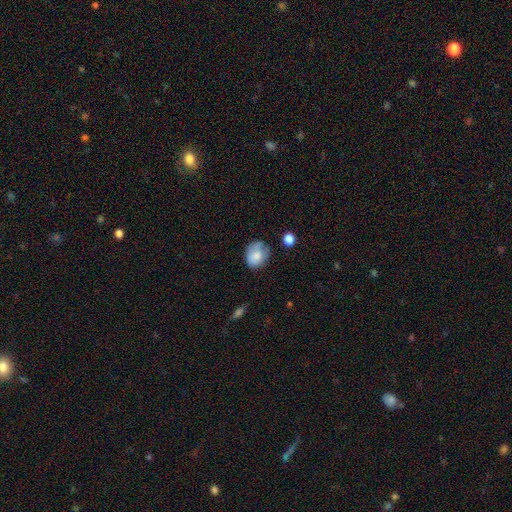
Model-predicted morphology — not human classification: smooth-or-featured: smooth: 77% | featured or disk: 15% | star or artifact: 9%
  how-rounded: round: 53% | in between: 46% | cigar-shaped: 1%
  merging: none: 51% | minor disturbance: 32% | major disturbance: 12% | merger: 4%